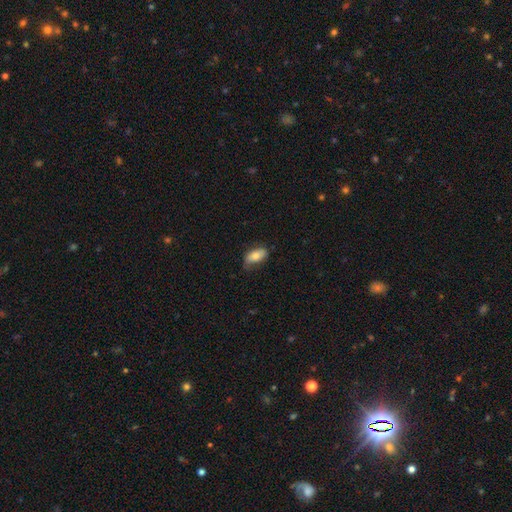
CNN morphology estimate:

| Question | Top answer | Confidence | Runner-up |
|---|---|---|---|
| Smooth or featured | smooth | 77% | featured or disk (16%) |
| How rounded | in between | 90% | cigar-shaped (7%) |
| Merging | none | 60% | minor disturbance (30%) |